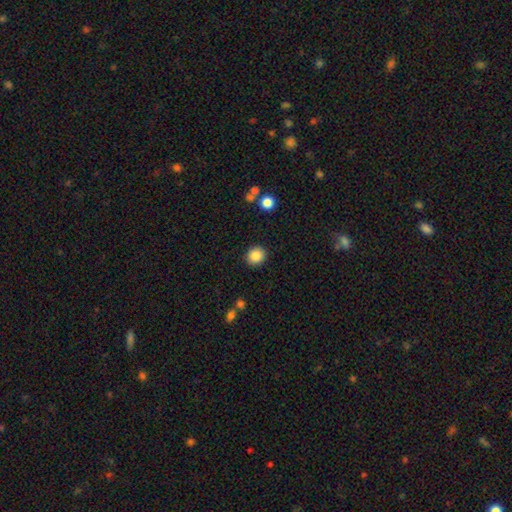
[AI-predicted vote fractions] Smooth or featured? Predicted: smooth (p=0.86). How rounded? Predicted: round (p=0.86). Merging? Predicted: none (p=0.90).